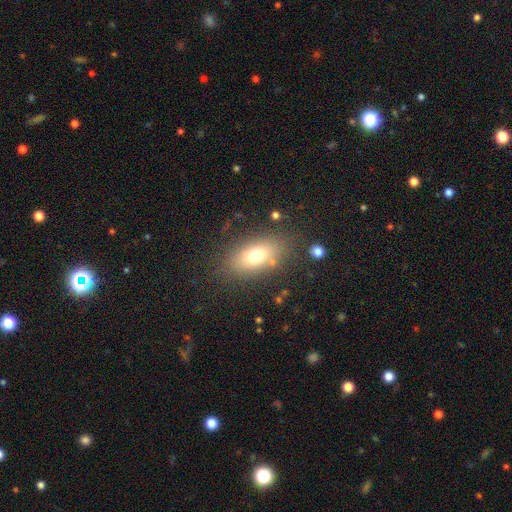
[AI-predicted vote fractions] Smooth or featured: smooth — 71% (featured or disk — 18%)
How rounded: in between — 83% (round — 11%)
Merging: none — 77% (minor disturbance — 13%)